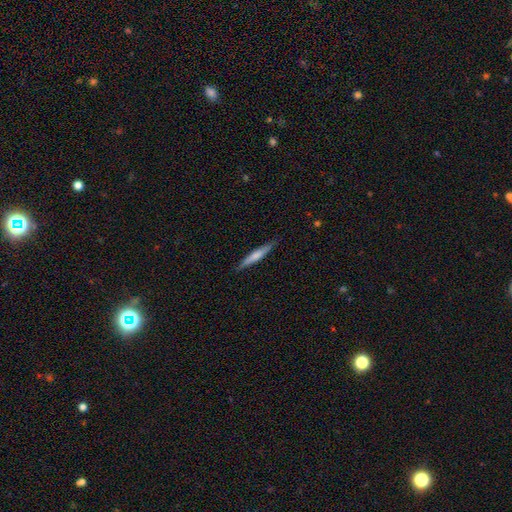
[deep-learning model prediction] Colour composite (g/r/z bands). It shows a smooth galaxy with no disk features (49%). Merging: none (90%).